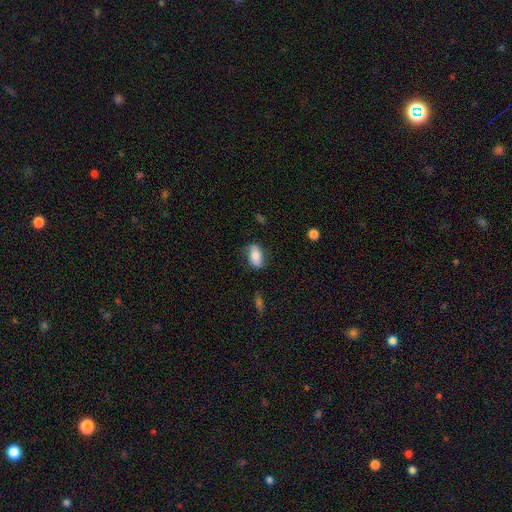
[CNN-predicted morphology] Q: Smooth or featured?
A: smooth (69%); runner-up: featured or disk (24%)
Q: How rounded?
A: in between (89%); runner-up: round (7%)
Q: Merging?
A: none (66%); runner-up: minor disturbance (25%)